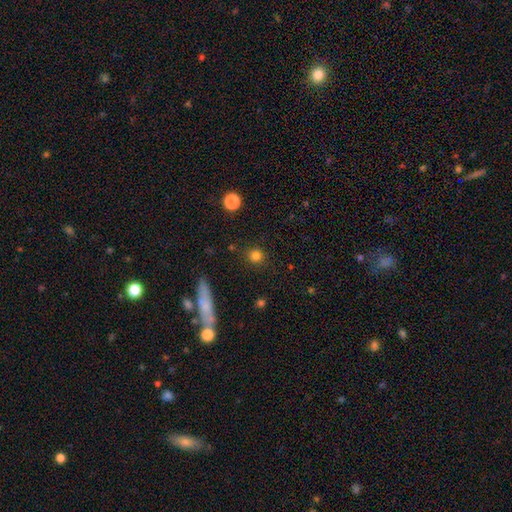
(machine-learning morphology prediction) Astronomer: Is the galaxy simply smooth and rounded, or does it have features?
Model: smooth — 82%.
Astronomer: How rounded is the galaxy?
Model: round — 91%.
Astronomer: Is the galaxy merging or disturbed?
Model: none — 89%.